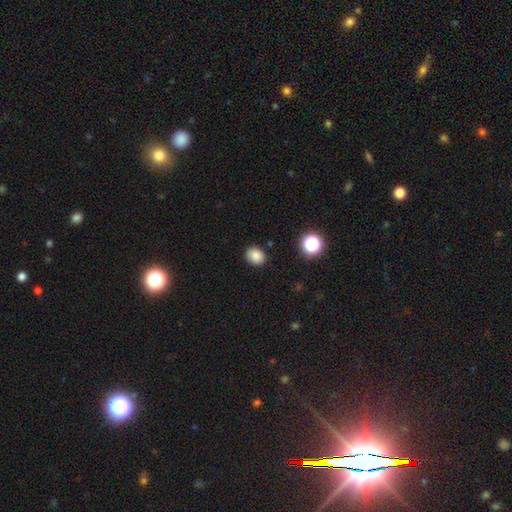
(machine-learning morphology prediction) smooth-or-featured: smooth: 84% | star or artifact: 11% | featured or disk: 4%
  how-rounded: round: 50% | in between: 49% | cigar-shaped: 1%
  merging: none: 86% | minor disturbance: 10% | major disturbance: 2% | merger: 2%